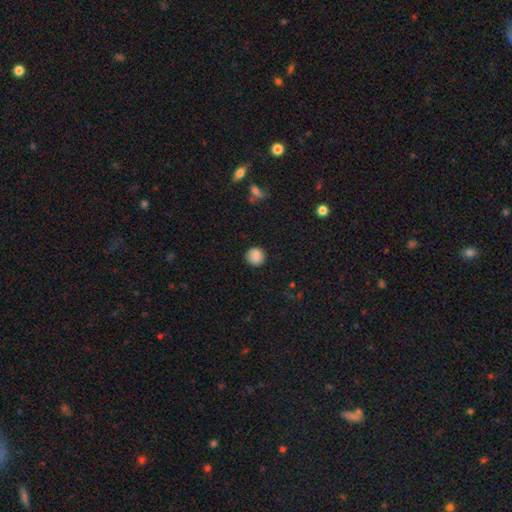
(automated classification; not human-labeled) Q: Smooth or featured?
A: smooth (86%); runner-up: star or artifact (9%)
Q: How rounded?
A: round (92%); runner-up: in between (7%)
Q: Merging?
A: none (88%); runner-up: minor disturbance (8%)